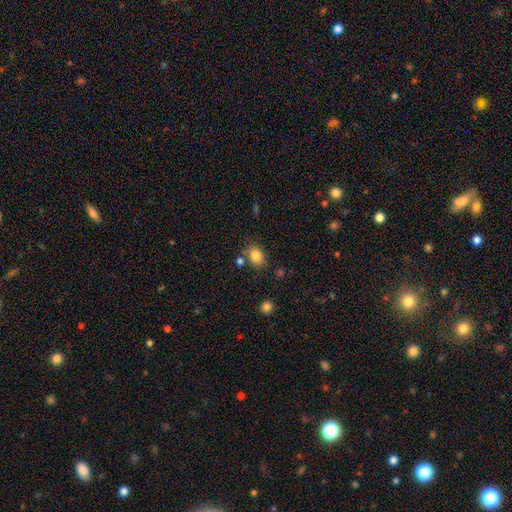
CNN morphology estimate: type=smooth (84%); roundness=in between (60%); merging=none (73%).